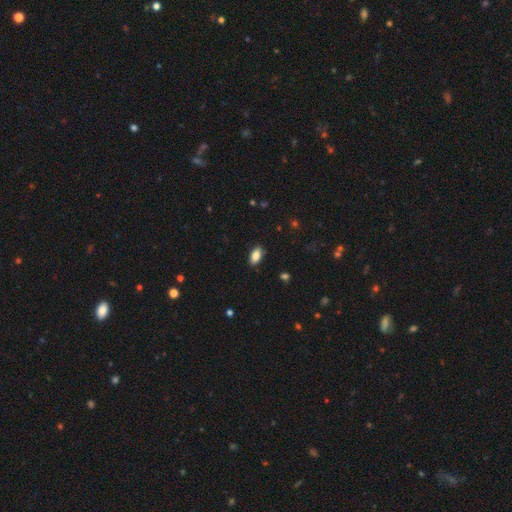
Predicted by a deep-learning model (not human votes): Smooth or featured? Predicted: smooth (p=0.86). How rounded? Predicted: in between (p=0.92). Merging? Predicted: none (p=0.88).